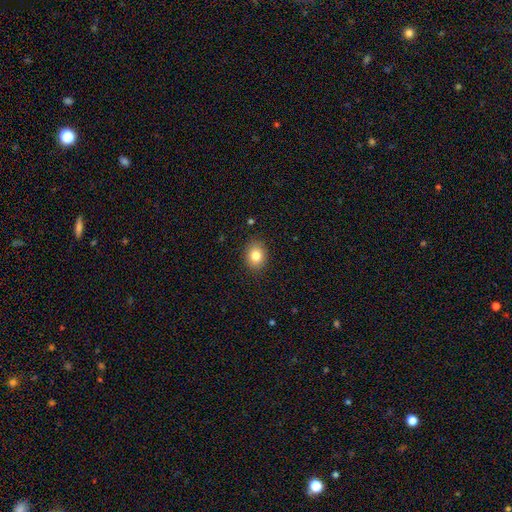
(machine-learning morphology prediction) Smooth or featured: smooth — 82% (star or artifact — 10%)
How rounded: round — 51% (in between — 48%)
Merging: none — 88% (minor disturbance — 8%)